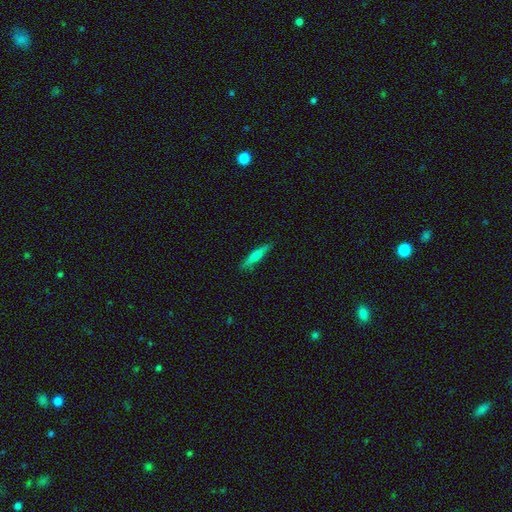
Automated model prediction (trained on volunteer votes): Morphology: type=smooth (68%); roundness=cigar-shaped (89%); merging=none (87%).